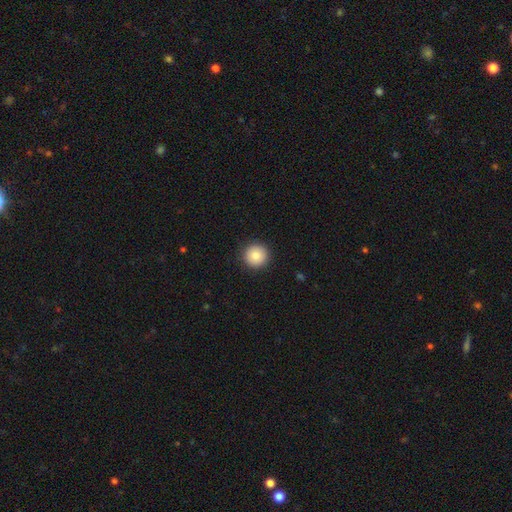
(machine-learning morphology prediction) This is clearly a smooth galaxy (84%). How rounded: clearly round (96%). Merging: clearly none (93%).